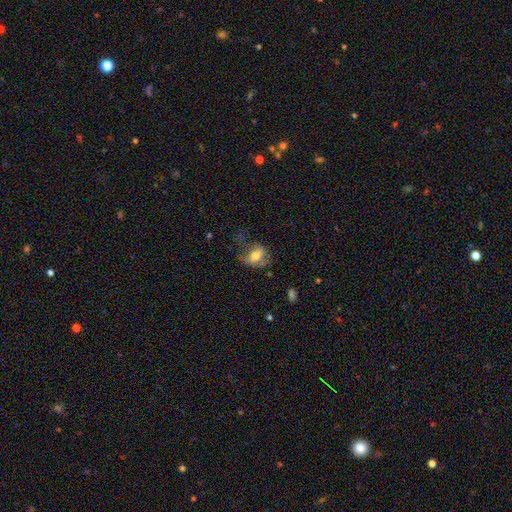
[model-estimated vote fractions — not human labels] Smooth or featured?
  - smooth: 60% *
  - featured or disk: 31%
  - star or artifact: 9%
How rounded?
  - in between: 74% *
  - round: 23%
  - cigar-shaped: 3%
Merging?
  - none: 38% *
  - major disturbance: 32%
  - minor disturbance: 27%
  - merger: 3%